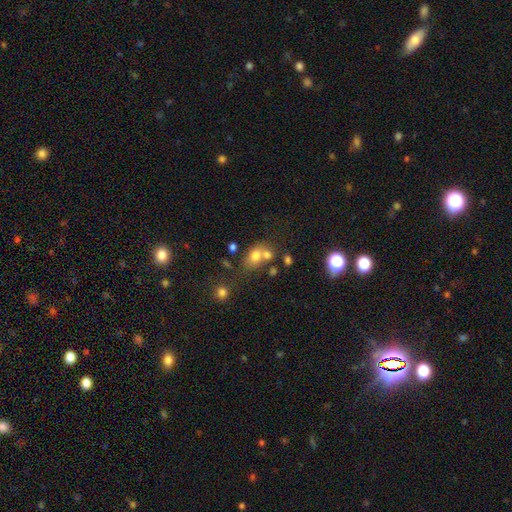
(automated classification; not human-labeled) smooth_or_featured: smooth (p=0.71) [alt: featured or disk p=0.16]
how_rounded: in between (p=0.61) [alt: round p=0.37]
merging: merger (p=0.45) [alt: none p=0.37]